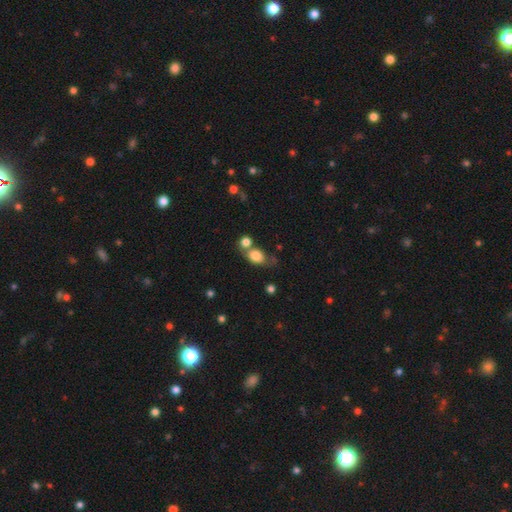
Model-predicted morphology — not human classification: This appears to be a smooth galaxy with no disk features (82%) that is in between round and cigar-shaped (62%). Merging: none (47%).